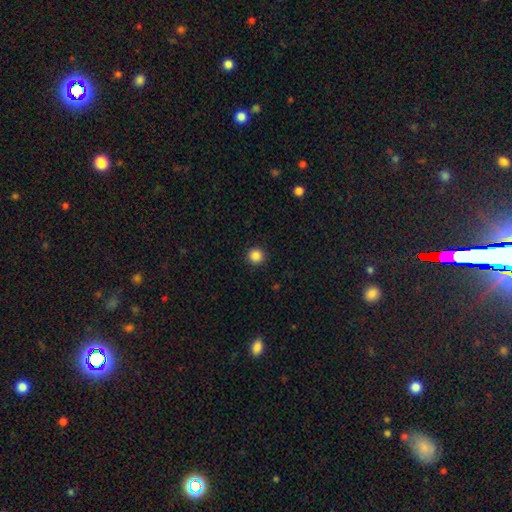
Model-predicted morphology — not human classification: smooth_or_featured: smooth (p=0.86) [alt: star or artifact p=0.11]
how_rounded: round (p=0.96) [alt: in between p=0.03]
merging: none (p=0.93) [alt: minor disturbance p=0.05]